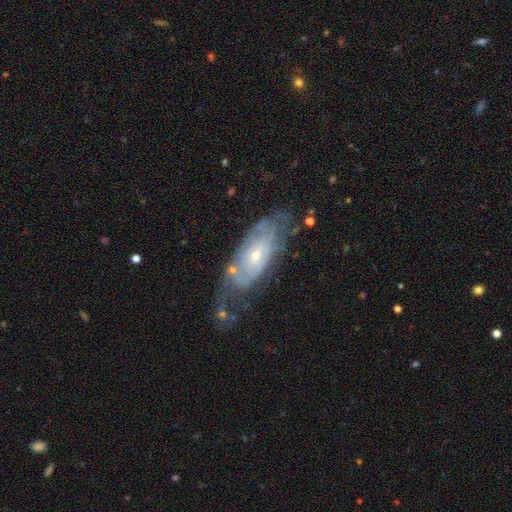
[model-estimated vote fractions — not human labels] Smooth or featured?
  - featured or disk: 76% *
  - smooth: 17%
  - star or artifact: 7%
Edge-on disk?
  - no: 89% *
  - yes: 11%
Bar?
  - no: 72% *
  - weak: 22%
  - strong: 5%
Spiral arms?
  - yes: 80% *
  - no: 20%
Spiral winding?
  - tight: 65% *
  - medium: 25%
  - loose: 10%
Spiral arm count?
  - can't tell: 59% *
  - 2: 21%
  - 3: 7%
  - 1: 6%
  - 4: 4%
  - more than 4: 3%
Bulge size?
  - small: 65% *
  - moderate: 32%
  - large: 2%
  - none: 1%
  - dominant: 1%
Merging?
  - none: 50% *
  - minor disturbance: 26%
  - major disturbance: 19%
  - merger: 5%